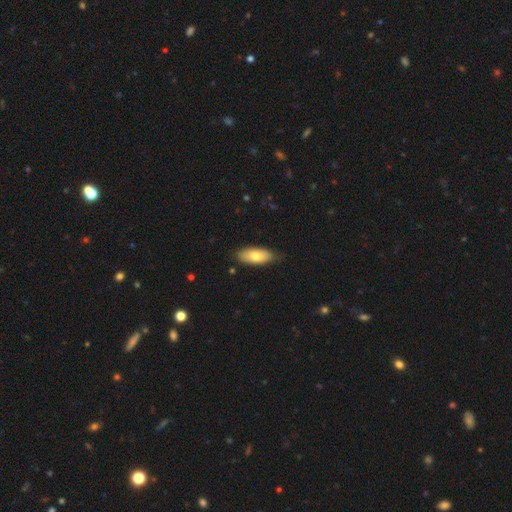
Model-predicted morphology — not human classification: Smooth or featured? smooth (71%)
How rounded? in between (84%)
Merging? none (81%)